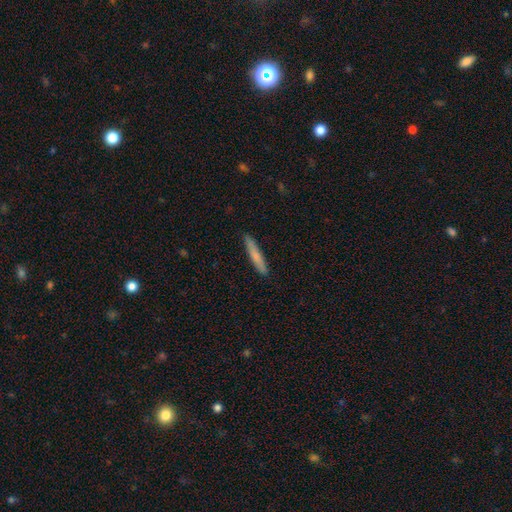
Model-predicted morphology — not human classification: A smooth galaxy with no disk features (71%) that is cigar-shaped (94%).

Vote fractions:
- Smooth or featured? smooth: 71% / featured or disk: 23% / star or artifact: 6%
- How rounded? cigar-shaped: 94% / in between: 5% / round: 1%
- Merging? none: 90% / minor disturbance: 8% / major disturbance: 1% / merger: 1%